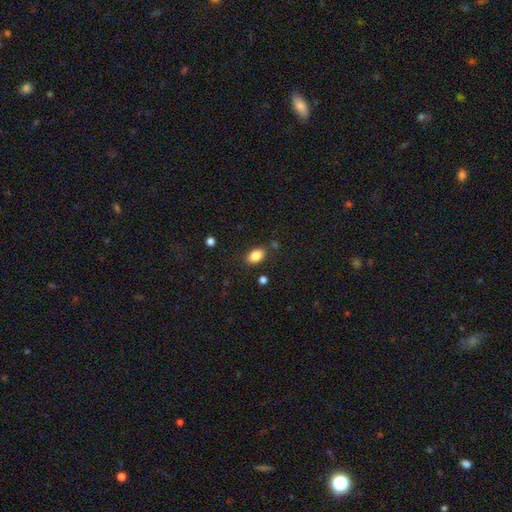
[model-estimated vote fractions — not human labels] smooth_or_featured: smooth (p=0.85) [alt: star or artifact p=0.09]
how_rounded: in between (p=0.87) [alt: round p=0.11]
merging: none (p=0.81) [alt: minor disturbance p=0.12]